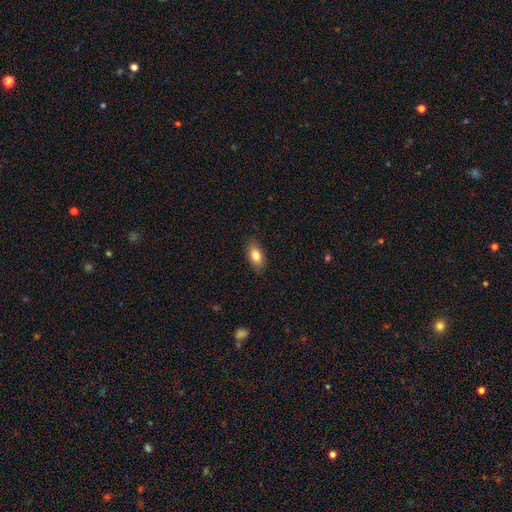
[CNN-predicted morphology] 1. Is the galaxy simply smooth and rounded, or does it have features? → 83% smooth, 10% featured or disk, 7% star or artifact.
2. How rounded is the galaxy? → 90% in between, 6% round, 4% cigar-shaped.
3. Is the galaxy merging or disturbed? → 85% none, 12% minor disturbance, 3% major disturbance, 1% merger.